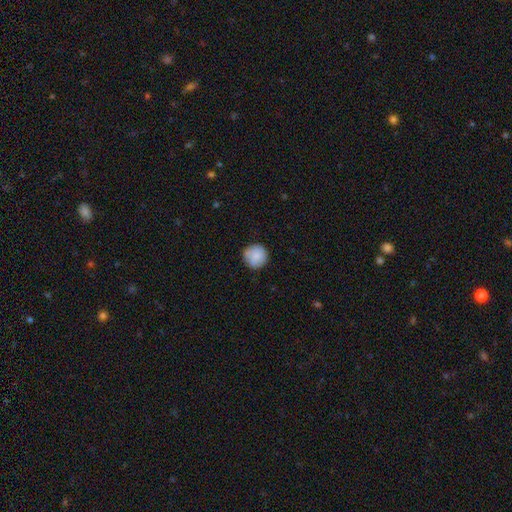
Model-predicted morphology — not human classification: smooth_or_featured: smooth (p=0.86) [alt: featured or disk p=0.07]
how_rounded: round (p=0.94) [alt: in between p=0.05]
merging: none (p=0.84) [alt: minor disturbance p=0.13]